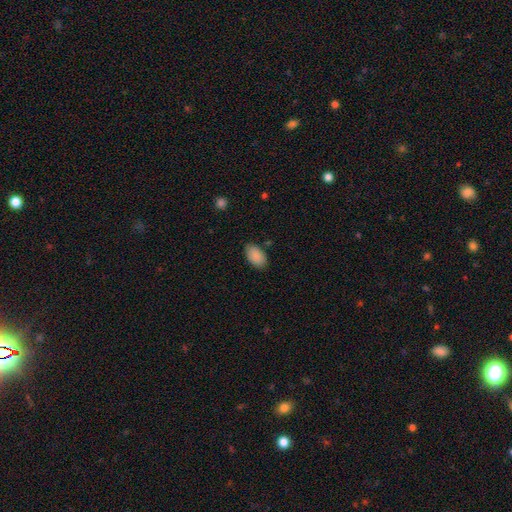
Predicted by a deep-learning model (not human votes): Q: Smooth or featured?
A: smooth (90%); runner-up: star or artifact (7%)
Q: How rounded?
A: in between (94%); runner-up: round (5%)
Q: Merging?
A: none (85%); runner-up: minor disturbance (11%)